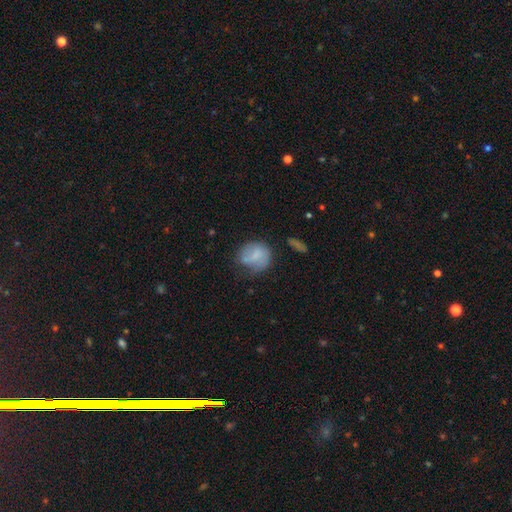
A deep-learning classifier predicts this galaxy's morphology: The model was most divided on "merging": none: 50%, minor disturbance: 30%, major disturbance: 14%, merger: 5%. More confident: how rounded — round (68%); smooth or featured — smooth (66%).